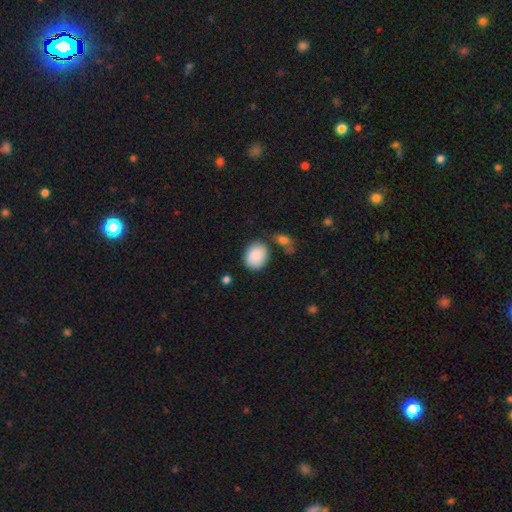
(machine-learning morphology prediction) The model was most divided on "how rounded": in between: 57%, round: 42%, cigar-shaped: 1%. More confident: smooth or featured — smooth (89%); merging — none (70%).